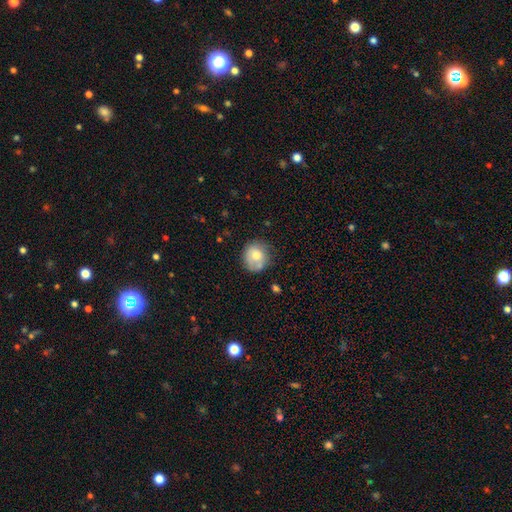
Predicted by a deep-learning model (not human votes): Smooth or featured: smooth — 71% (featured or disk — 21%)
How rounded: round — 78% (in between — 21%)
Merging: none — 57% (minor disturbance — 26%)